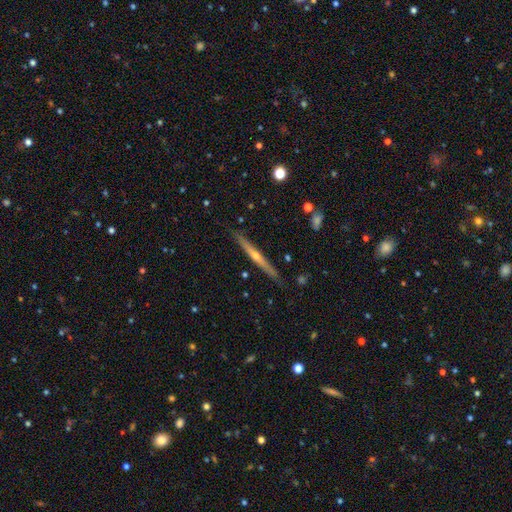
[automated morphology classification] A featured or disk galaxy (73%) viewed edge-on (97%) with a rounded central bulge (74%). Merging: none (88%).